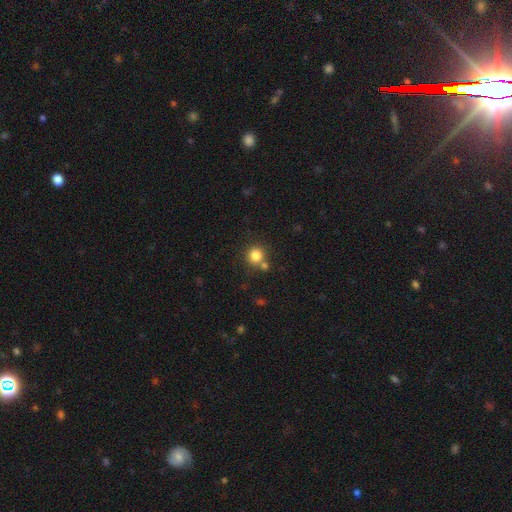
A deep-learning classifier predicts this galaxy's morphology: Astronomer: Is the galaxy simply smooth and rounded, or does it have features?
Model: smooth — 82%.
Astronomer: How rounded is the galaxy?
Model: round — 92%.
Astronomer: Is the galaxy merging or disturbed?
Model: none — 71%.